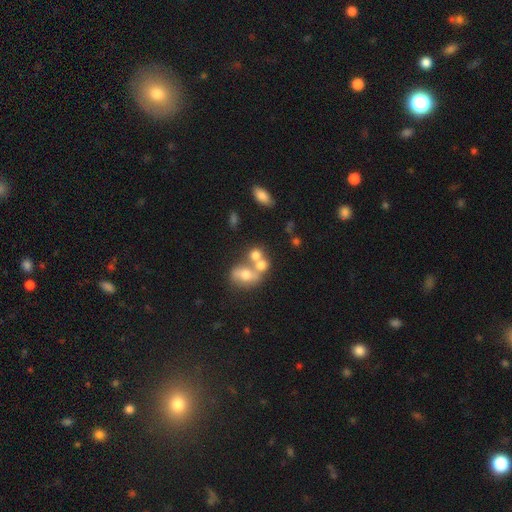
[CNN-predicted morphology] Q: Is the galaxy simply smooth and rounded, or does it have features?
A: smooth — 63%.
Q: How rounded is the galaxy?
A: round — 55%.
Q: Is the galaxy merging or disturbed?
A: merger — 56%.